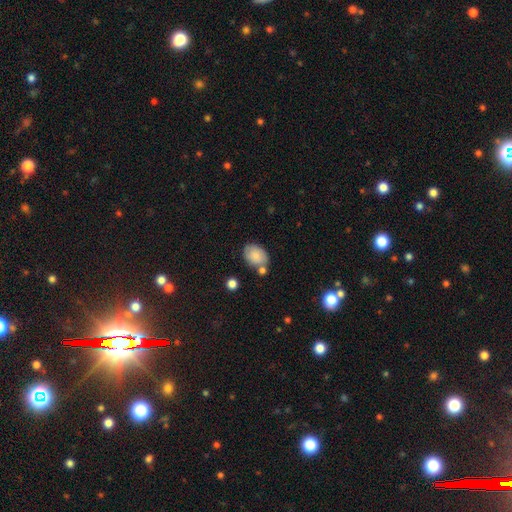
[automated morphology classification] This is clearly a smooth galaxy (82%). How rounded: likely in between (75%). Merging: likely none (62%).